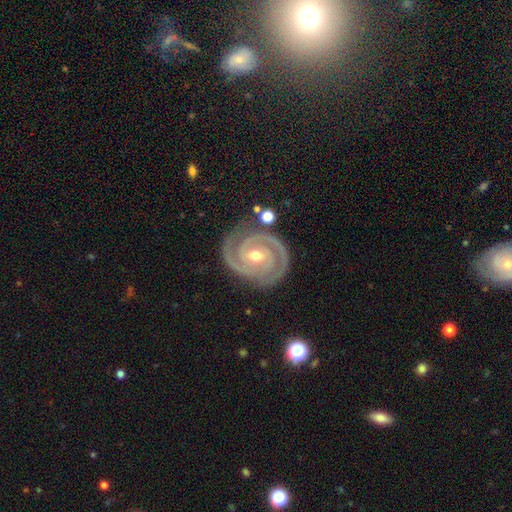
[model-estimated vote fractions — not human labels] Morphology: type=featured or disk (93%); edge-on=no (98%); bar=no (47%); spiral arms=yes (99%); winding=tight (82%); arm count=2 (88%); bulge=moderate (51%); merging=none (84%).